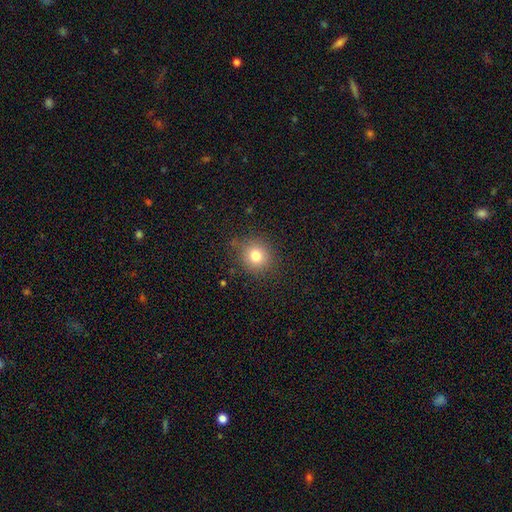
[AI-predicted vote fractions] This is likely a smooth galaxy (79%). How rounded: clearly round (89%). Merging: clearly none (85%).